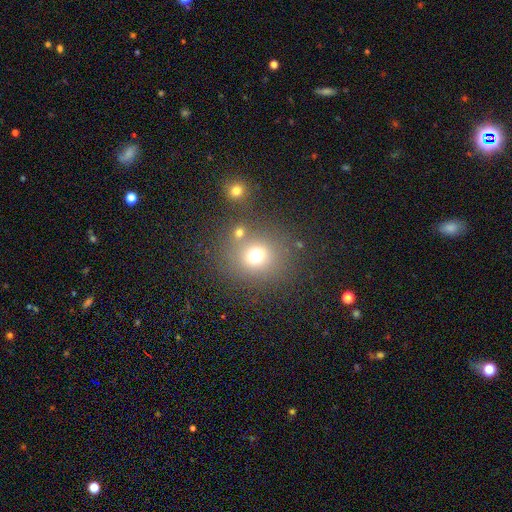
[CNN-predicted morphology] The model was most divided on "smooth or featured": smooth: 70%, star or artifact: 19%, featured or disk: 11%. More confident: how rounded — round (82%); merging — none (69%).